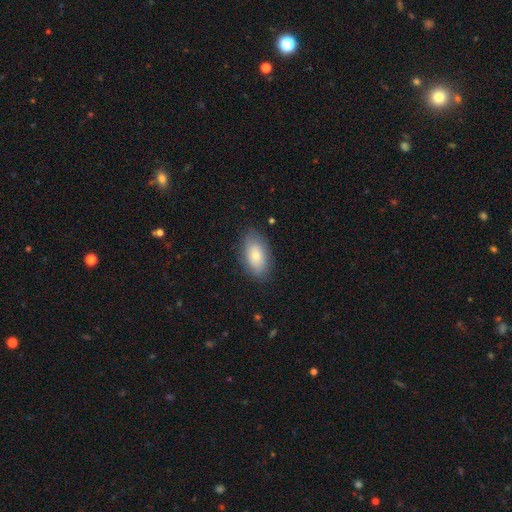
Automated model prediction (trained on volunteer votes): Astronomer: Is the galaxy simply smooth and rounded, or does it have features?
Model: smooth — 75%.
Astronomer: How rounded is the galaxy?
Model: in between — 92%.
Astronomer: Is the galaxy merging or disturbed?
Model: none — 81%.